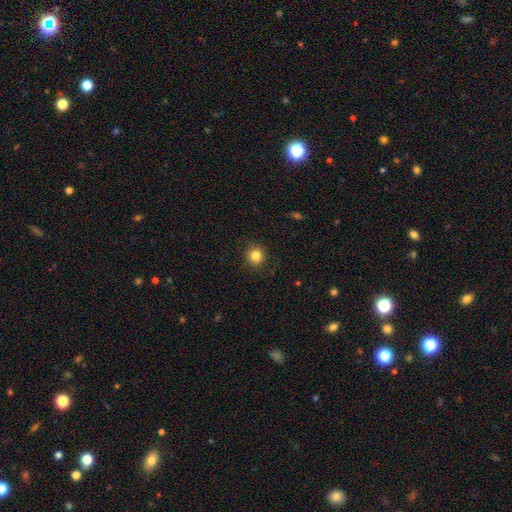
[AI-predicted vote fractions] smooth-or-featured: smooth: 84% | star or artifact: 11% | featured or disk: 5%
  how-rounded: round: 92% | in between: 7% | cigar-shaped: 1%
  merging: none: 91% | minor disturbance: 6% | major disturbance: 2% | merger: 1%